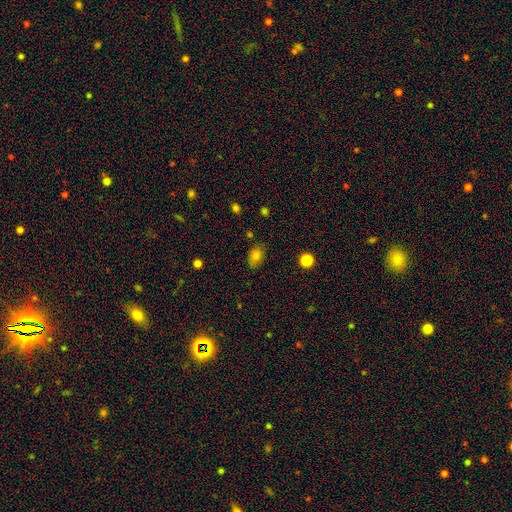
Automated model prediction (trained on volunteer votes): The model was most divided on "merging": none: 79%, minor disturbance: 16%, major disturbance: 4%, merger: 2%. More confident: smooth or featured — smooth (81%); how rounded — in between (81%).